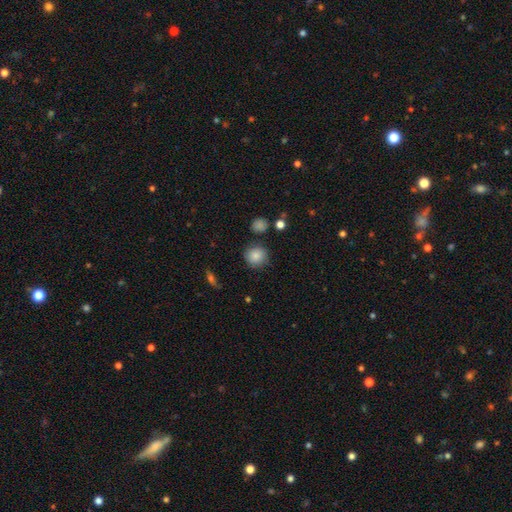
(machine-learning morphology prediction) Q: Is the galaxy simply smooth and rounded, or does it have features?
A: smooth — 84%.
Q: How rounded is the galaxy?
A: round — 91%.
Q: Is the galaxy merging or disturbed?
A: none — 81%.